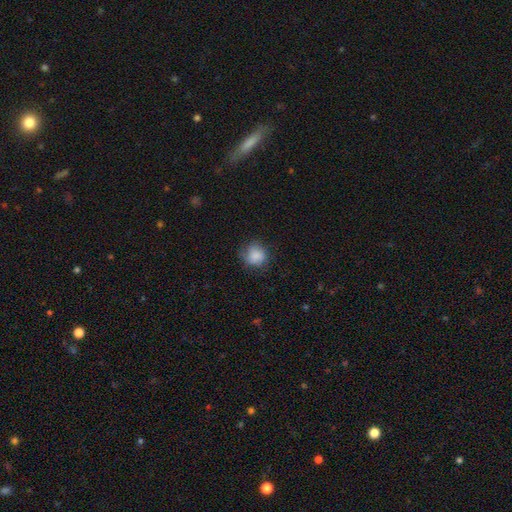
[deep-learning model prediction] Overall: smooth (83%). How rounded: round (83%). Merging: none (69%).